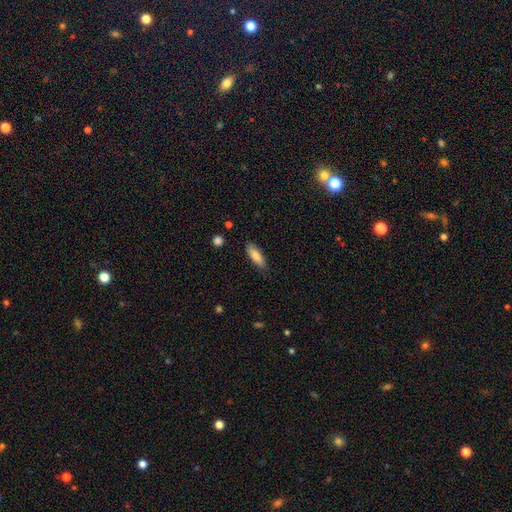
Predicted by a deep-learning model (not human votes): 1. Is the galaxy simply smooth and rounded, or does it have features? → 84% smooth, 10% featured or disk, 6% star or artifact.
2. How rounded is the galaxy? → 57% in between, 41% cigar-shaped, 2% round.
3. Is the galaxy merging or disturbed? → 85% none, 12% minor disturbance, 2% major disturbance, 1% merger.